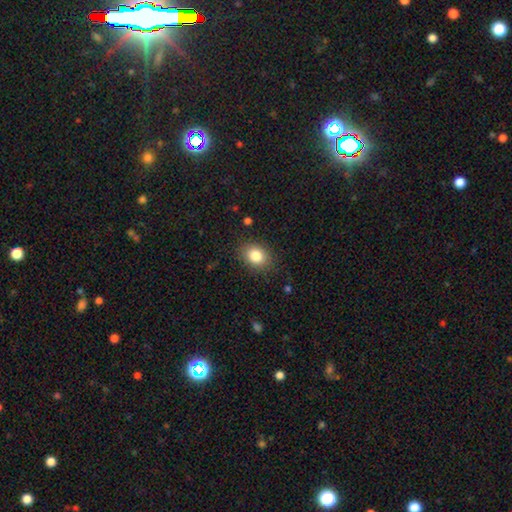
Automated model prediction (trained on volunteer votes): Smooth or featured?
  - smooth: 84% *
  - star or artifact: 9%
  - featured or disk: 7%
How rounded?
  - in between: 54% *
  - round: 45%
  - cigar-shaped: 1%
Merging?
  - none: 86% *
  - minor disturbance: 10%
  - major disturbance: 3%
  - merger: 1%